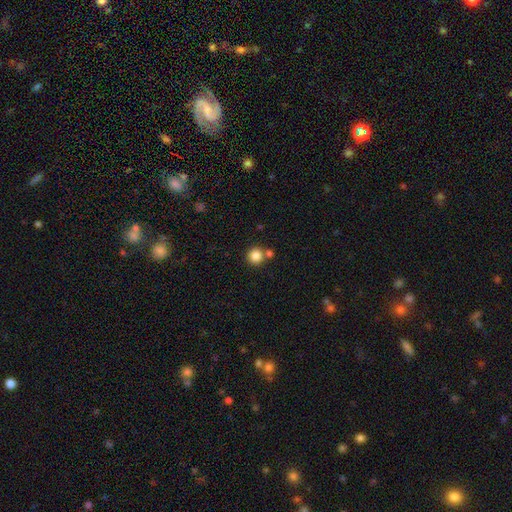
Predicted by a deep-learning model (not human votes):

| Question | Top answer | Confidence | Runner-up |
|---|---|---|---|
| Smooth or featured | smooth | 84% | star or artifact (11%) |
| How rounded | round | 94% | in between (5%) |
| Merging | none | 73% | merger (18%) |